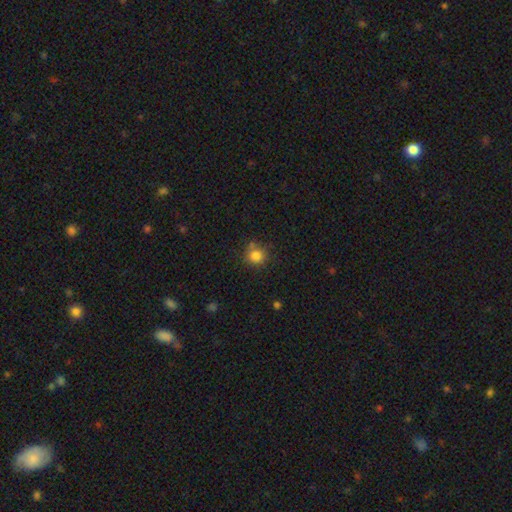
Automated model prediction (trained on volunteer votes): smooth-or-featured: smooth: 83% | star or artifact: 12% | featured or disk: 5%
  how-rounded: round: 88% | in between: 11% | cigar-shaped: 1%
  merging: none: 75% | minor disturbance: 13% | merger: 8% | major disturbance: 4%